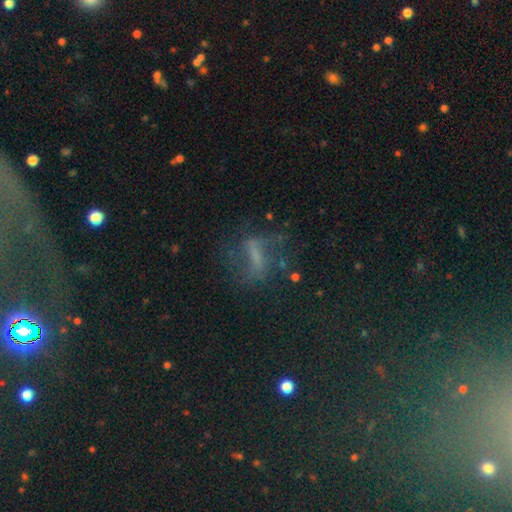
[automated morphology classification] Smooth or featured? Predicted: featured or disk (p=0.48). Merging? Predicted: none (p=0.53).